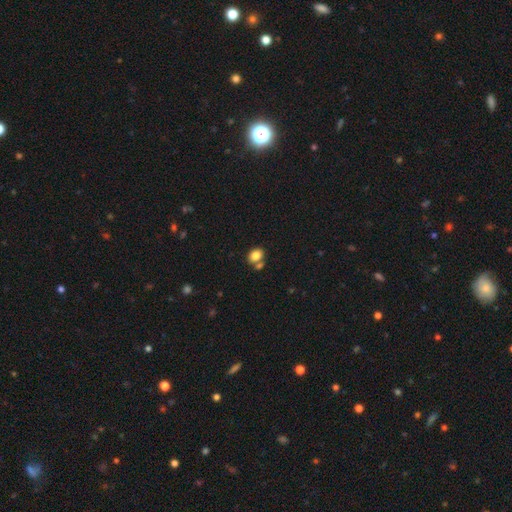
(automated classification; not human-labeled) This is clearly a smooth galaxy (83%). How rounded: likely in between (62%). Merging: possibly none (60%).